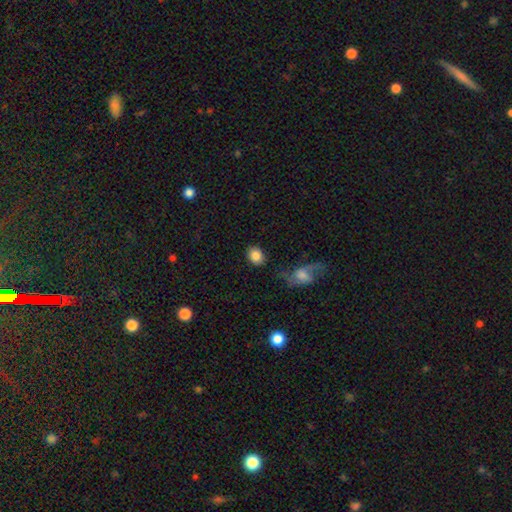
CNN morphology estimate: A smooth galaxy with no disk features (85%) that is in between round and cigar-shaped (49%, tied with round). Merging: none (79%).